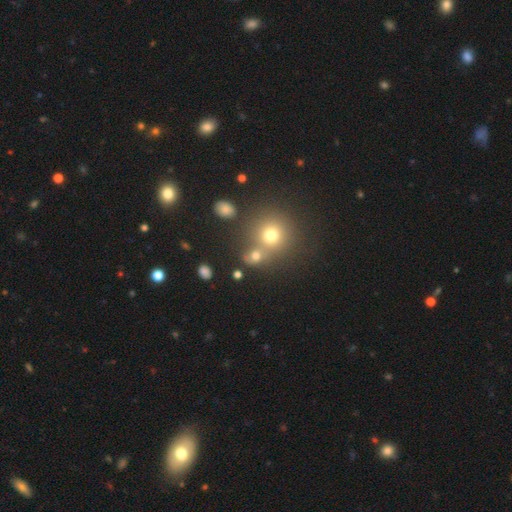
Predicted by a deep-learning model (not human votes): smooth_or_featured: smooth (p=0.71) [alt: star or artifact p=0.18]
how_rounded: round (p=0.76) [alt: in between p=0.23]
merging: none (p=0.52) [alt: merger p=0.33]